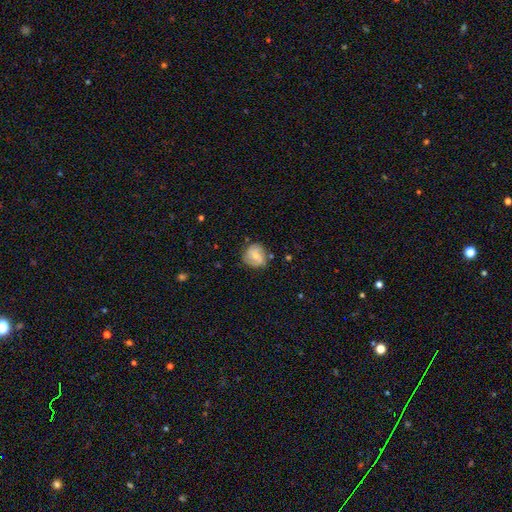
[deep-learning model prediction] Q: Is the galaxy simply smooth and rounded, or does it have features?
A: featured or disk — 50%.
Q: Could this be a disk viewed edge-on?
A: no — 97%.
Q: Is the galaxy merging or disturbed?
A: none — 67%.